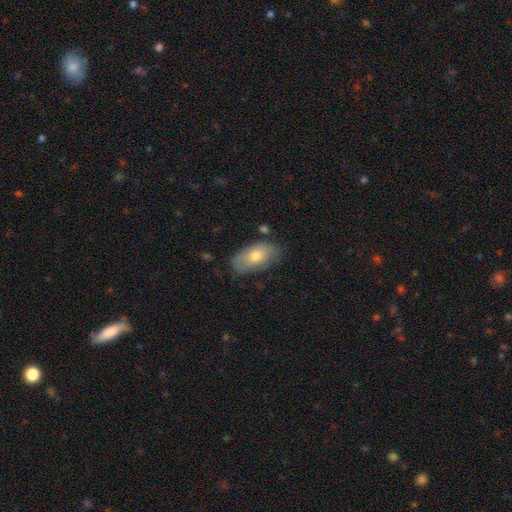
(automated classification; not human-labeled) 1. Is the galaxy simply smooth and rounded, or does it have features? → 68% smooth, 25% featured or disk, 7% star or artifact.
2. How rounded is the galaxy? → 93% in between, 4% round, 3% cigar-shaped.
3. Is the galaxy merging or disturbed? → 73% none, 21% minor disturbance, 4% major disturbance, 3% merger.